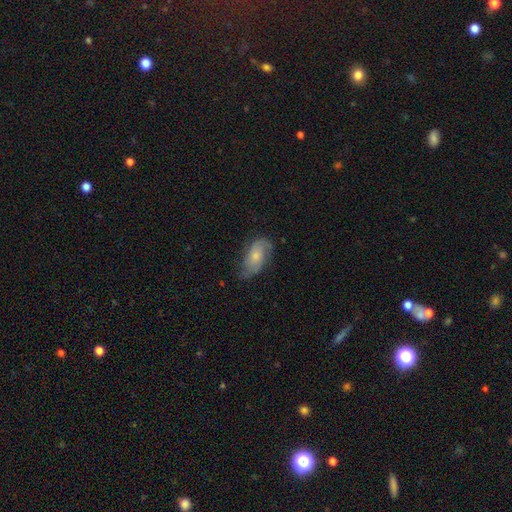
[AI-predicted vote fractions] smooth_or_featured: featured or disk (p=0.47) [alt: smooth p=0.46]
merging: none (p=0.62) [alt: minor disturbance p=0.27]